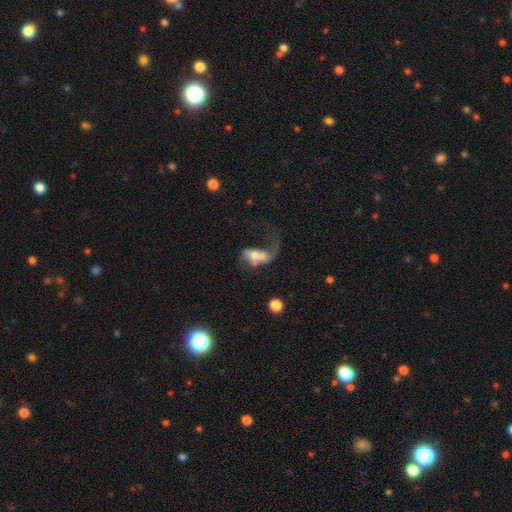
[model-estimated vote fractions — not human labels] Smooth or featured?
  - featured or disk: 53% *
  - smooth: 37%
  - star or artifact: 10%
Edge-on disk?
  - no: 94% *
  - yes: 6%
Merging?
  - major disturbance: 41% *
  - merger: 32%
  - none: 17%
  - minor disturbance: 10%